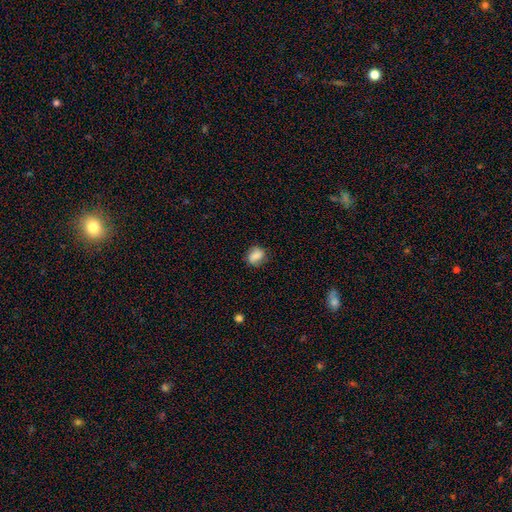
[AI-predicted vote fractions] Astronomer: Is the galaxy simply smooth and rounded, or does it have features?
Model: smooth — 63%.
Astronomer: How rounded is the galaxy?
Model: round — 53% (runner-up: in between, 45%).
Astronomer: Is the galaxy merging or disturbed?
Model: none — 75%.